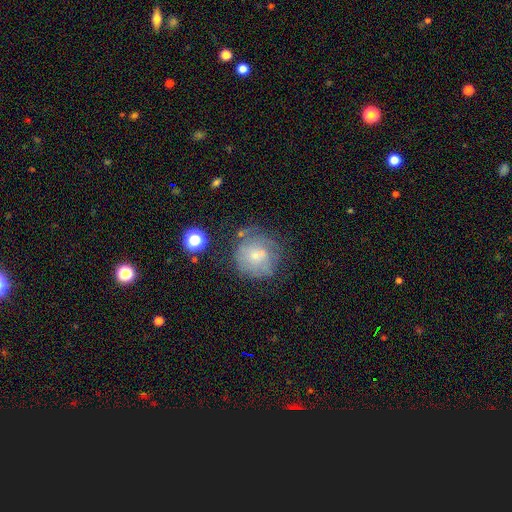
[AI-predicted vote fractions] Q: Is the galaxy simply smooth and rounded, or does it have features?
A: featured or disk — 49%.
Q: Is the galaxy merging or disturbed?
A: none — 56%.